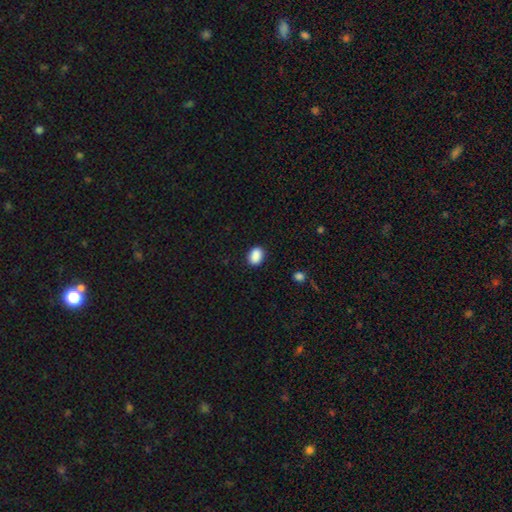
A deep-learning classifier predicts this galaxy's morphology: This appears to be a smooth galaxy with no disk features (89%) that is in between round and cigar-shaped (75%). Merging: none (87%).